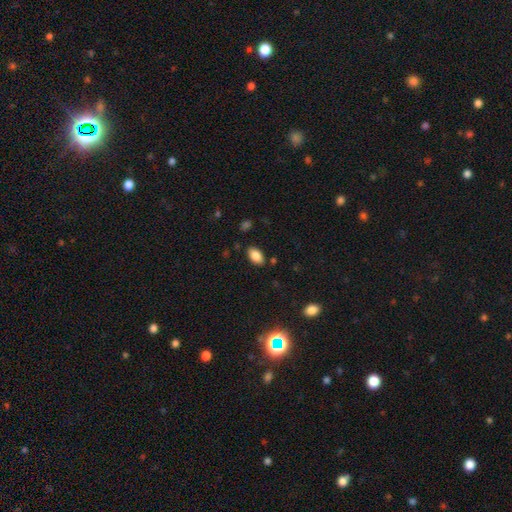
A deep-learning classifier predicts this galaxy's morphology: Smooth or featured: smooth — 85% (star or artifact — 8%)
How rounded: in between — 92% (round — 6%)
Merging: none — 84% (minor disturbance — 11%)